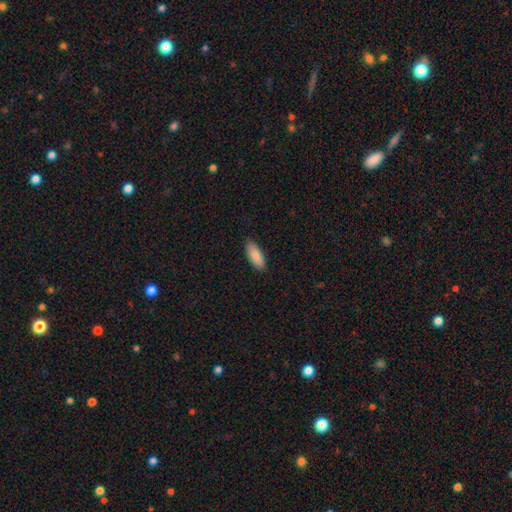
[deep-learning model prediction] The model was most divided on "how rounded": in between: 75%, cigar-shaped: 23%, round: 2%. More confident: smooth or featured — smooth (89%); merging — none (89%).